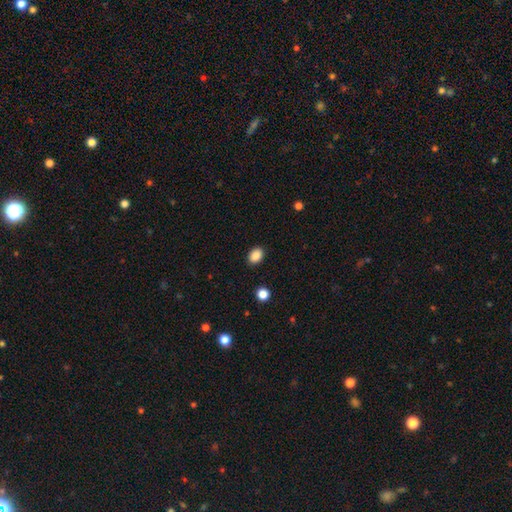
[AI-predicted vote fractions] smooth 88%, star or artifact 9%, featured or disk 3%. Down the decision tree: how rounded — in between (70%); merging — none (89%).